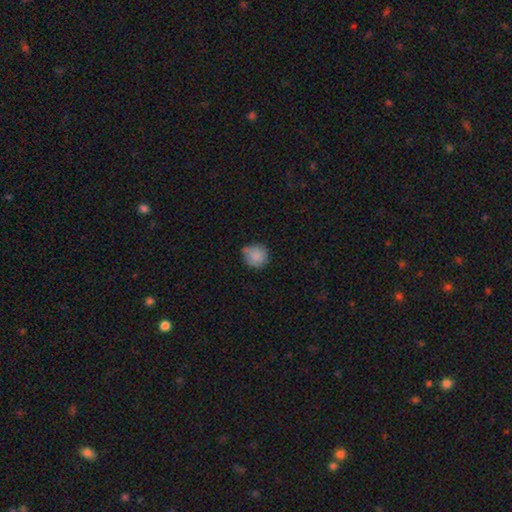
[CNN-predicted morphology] Smooth or featured?
  - smooth: 86% *
  - star or artifact: 8%
  - featured or disk: 6%
How rounded?
  - round: 88% *
  - in between: 11%
  - cigar-shaped: 1%
Merging?
  - none: 64% *
  - minor disturbance: 29%
  - major disturbance: 4%
  - merger: 3%